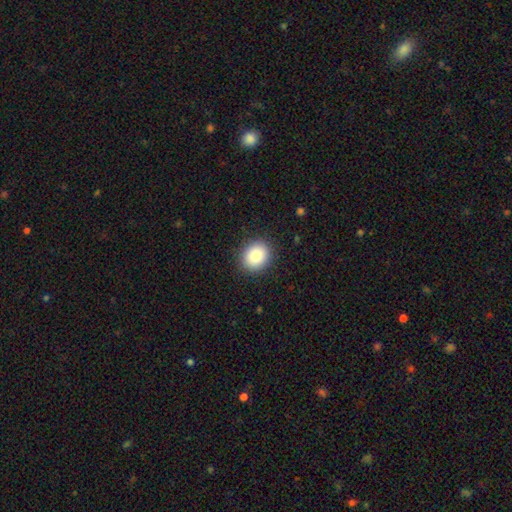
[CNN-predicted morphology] Overall: smooth (87%). How rounded: round (64%; in between 35%). Merging: none (90%).